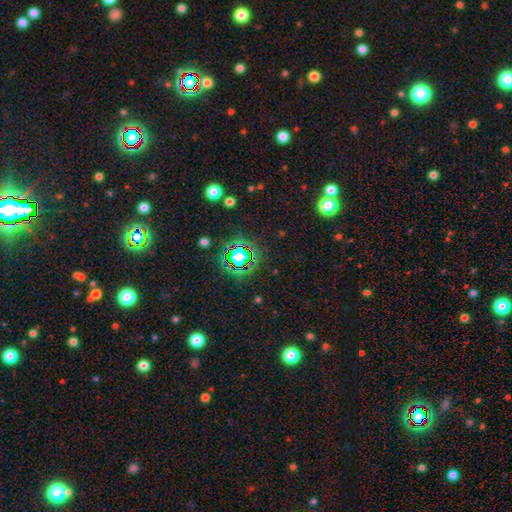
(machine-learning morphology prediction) Overall: star or artifact (76%).